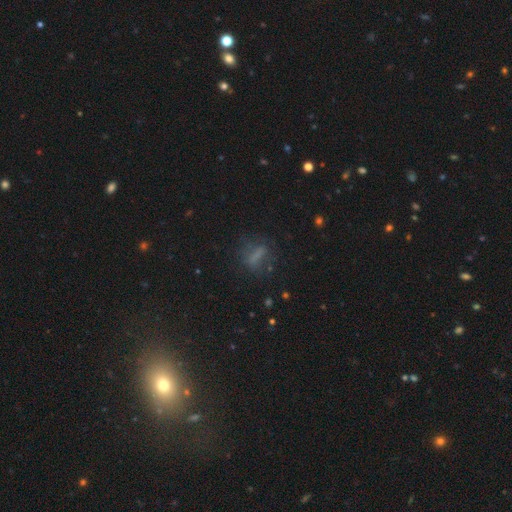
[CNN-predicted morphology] Q: Smooth or featured?
A: smooth (58%); runner-up: featured or disk (24%)
Q: How rounded?
A: cigar-shaped (45%); runner-up: in between (39%)
Q: Merging?
A: none (67%); runner-up: minor disturbance (17%)